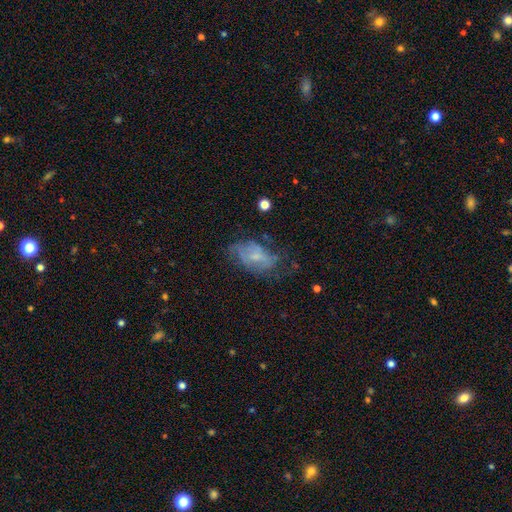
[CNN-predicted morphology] Smooth or featured? featured or disk (53%)
Edge-on disk? no (95%)
Merging? none (43%)